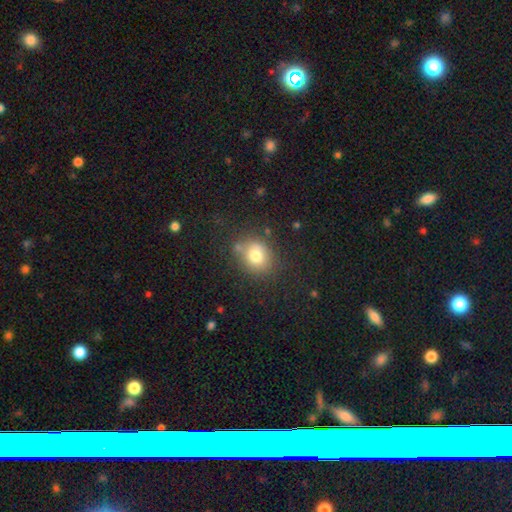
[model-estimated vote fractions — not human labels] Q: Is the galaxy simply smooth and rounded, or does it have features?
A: smooth — 76%.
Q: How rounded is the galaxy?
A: round — 63%.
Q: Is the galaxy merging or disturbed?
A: none — 71%.